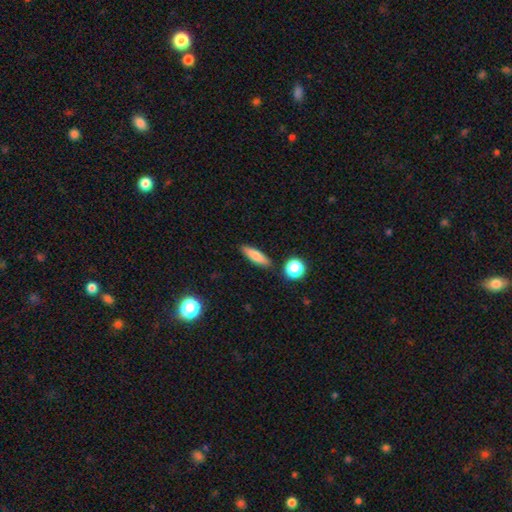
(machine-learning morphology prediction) Q: Smooth or featured?
A: smooth (79%); runner-up: featured or disk (13%)
Q: How rounded?
A: cigar-shaped (57%); runner-up: in between (39%)
Q: Merging?
A: none (86%); runner-up: minor disturbance (9%)